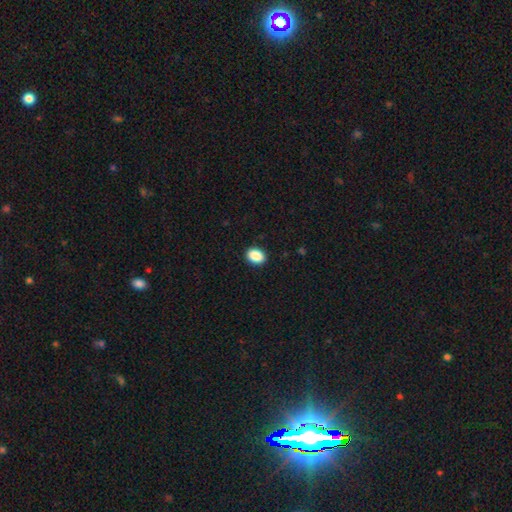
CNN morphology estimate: smooth-or-featured: smooth: 89% | star or artifact: 8% | featured or disk: 3%
  how-rounded: in between: 78% | round: 21% | cigar-shaped: 1%
  merging: none: 91% | minor disturbance: 7% | major disturbance: 2% | merger: 1%